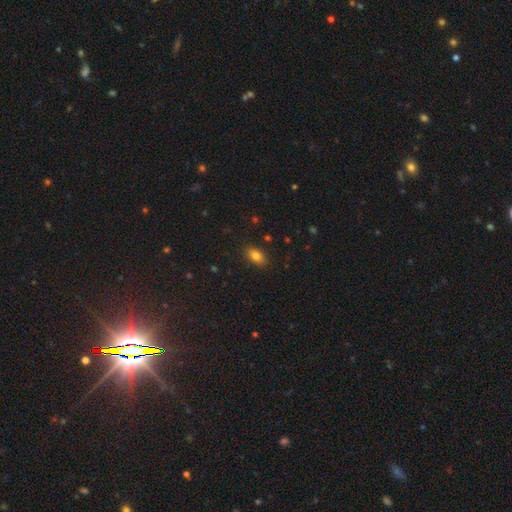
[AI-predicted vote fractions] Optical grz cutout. It shows a smooth galaxy with no disk features (80%) that is in between round and cigar-shaped (87%). Merging: none (86%).